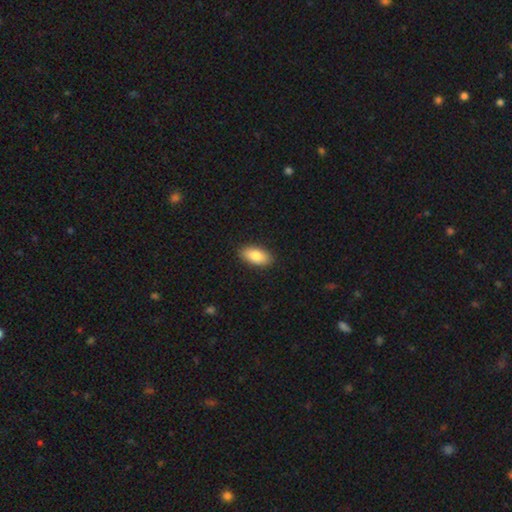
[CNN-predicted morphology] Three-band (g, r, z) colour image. It shows a smooth galaxy with no disk features (85%) that is in between round and cigar-shaped (91%). Merging: none (89%).